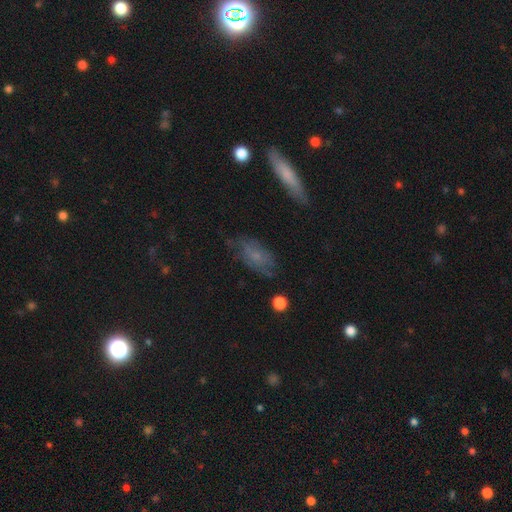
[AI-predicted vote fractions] Smooth or featured?
  - smooth: 54% *
  - featured or disk: 35%
  - star or artifact: 11%
How rounded?
  - in between: 83% *
  - cigar-shaped: 11%
  - round: 6%
Merging?
  - none: 63% *
  - minor disturbance: 24%
  - major disturbance: 10%
  - merger: 2%